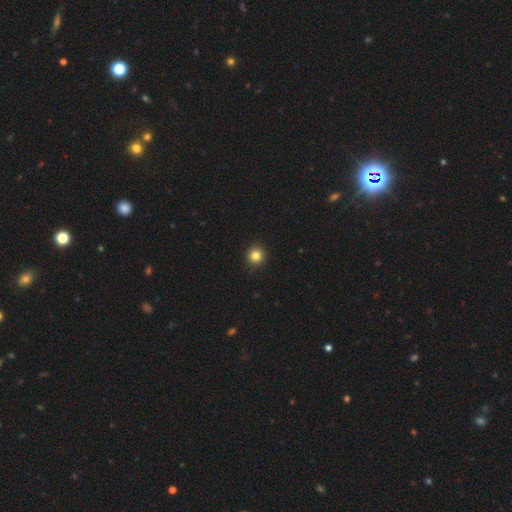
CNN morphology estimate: Overall: smooth (83%). How rounded: round (95%). Merging: none (94%).